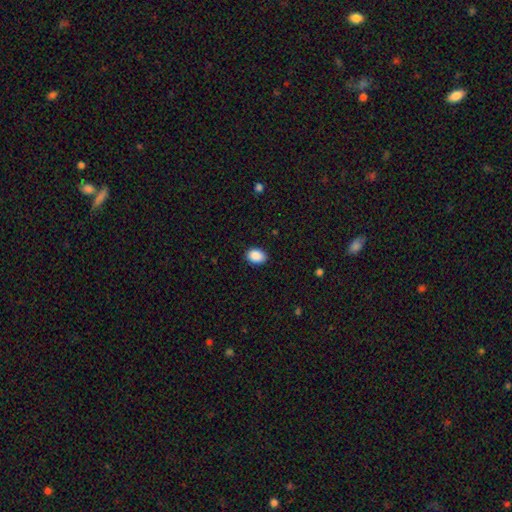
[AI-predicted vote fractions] Smooth or featured?
  - smooth: 90% *
  - star or artifact: 8%
  - featured or disk: 3%
How rounded?
  - in between: 76% *
  - round: 23%
  - cigar-shaped: 1%
Merging?
  - none: 88% *
  - minor disturbance: 9%
  - major disturbance: 2%
  - merger: 1%